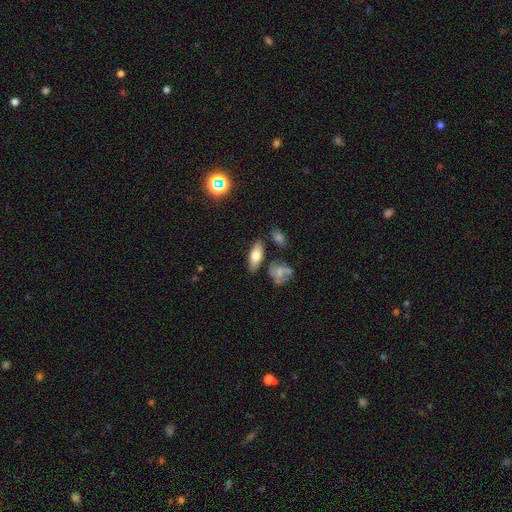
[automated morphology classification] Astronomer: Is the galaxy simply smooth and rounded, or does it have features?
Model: smooth — 64%.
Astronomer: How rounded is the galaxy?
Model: in between — 72%.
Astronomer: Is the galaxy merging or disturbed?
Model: none — 77%.